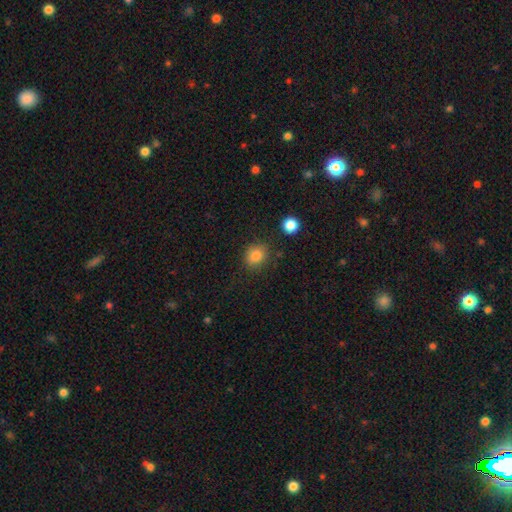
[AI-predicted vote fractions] This appears to be a smooth galaxy with no disk features (83%) that is round (67%). Merging: none (83%).